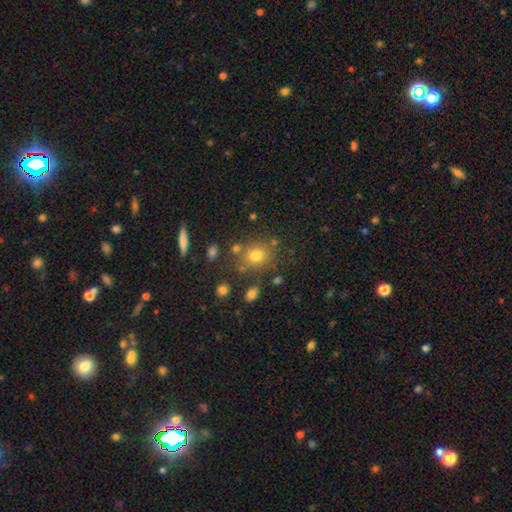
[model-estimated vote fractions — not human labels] The model was most divided on "how rounded": round: 75%, in between: 23%, cigar-shaped: 1%. More confident: merging — none (76%); smooth or featured — smooth (74%).